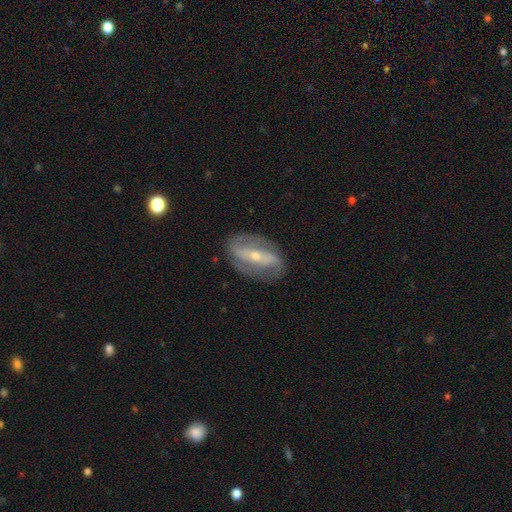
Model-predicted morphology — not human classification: Smooth or featured? Predicted: featured or disk (p=0.82). Edge-on disk? Predicted: no (p=0.89). Bar? Predicted: strong (p=0.70). Spiral arms? Predicted: yes (p=0.77). Spiral winding? Predicted: medium (p=0.39). Spiral arm count? Predicted: 2 (p=0.84). Bulge size? Predicted: small (p=0.59). Merging? Predicted: none (p=0.81).